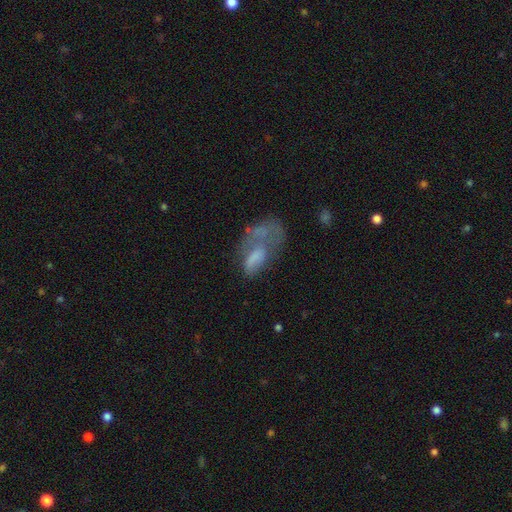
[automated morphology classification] smooth-or-featured: smooth: 51% | featured or disk: 39% | star or artifact: 10%
  how-rounded: in between: 87% | cigar-shaped: 8% | round: 5%
  merging: major disturbance: 49% | none: 22% | minor disturbance: 18% | merger: 11%